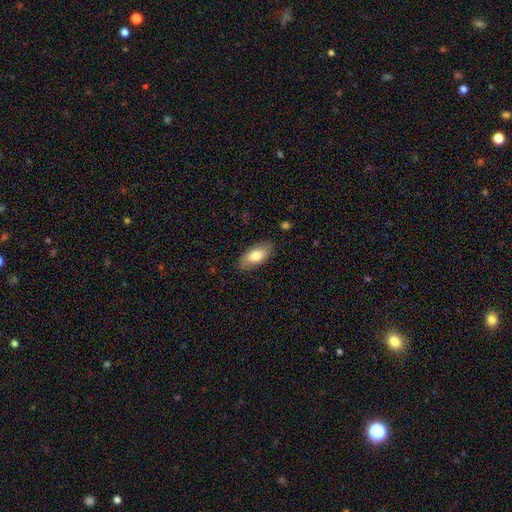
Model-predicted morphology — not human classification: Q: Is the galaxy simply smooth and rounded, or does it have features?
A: smooth — 76%.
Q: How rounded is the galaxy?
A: in between — 88%.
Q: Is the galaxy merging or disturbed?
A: none — 83%.